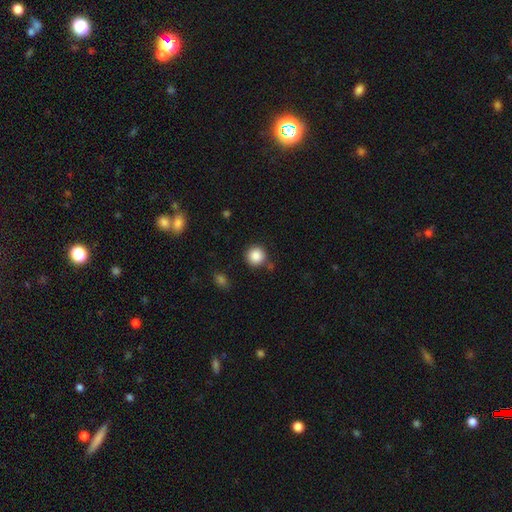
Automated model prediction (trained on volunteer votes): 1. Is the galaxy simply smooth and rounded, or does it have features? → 87% smooth, 9% star or artifact, 4% featured or disk.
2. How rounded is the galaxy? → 94% round, 5% in between, 1% cigar-shaped.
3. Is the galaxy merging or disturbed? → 83% none, 10% minor disturbance, 4% merger, 3% major disturbance.